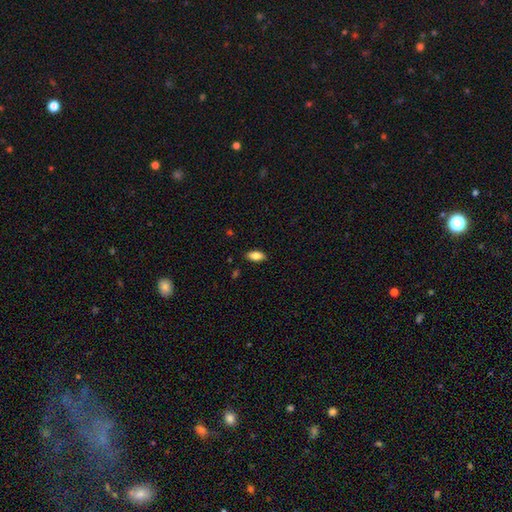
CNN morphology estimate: The model was most divided on "smooth or featured": smooth: 85%, featured or disk: 8%, star or artifact: 7%. More confident: how rounded — in between (91%); merging — none (88%).